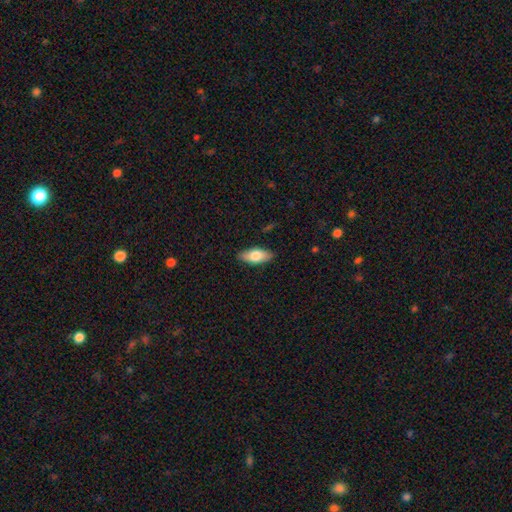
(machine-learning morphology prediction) This appears to be a smooth galaxy with no disk features (71%) that is in between round and cigar-shaped (83%). Merging: none (87%).